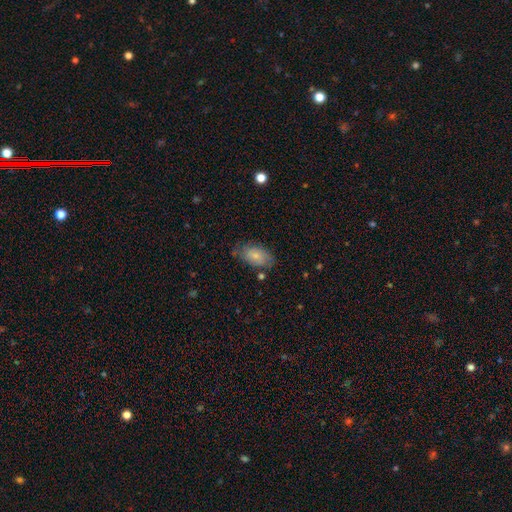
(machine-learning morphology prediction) Smooth or featured: smooth — 72% (featured or disk — 21%)
How rounded: in between — 92% (round — 6%)
Merging: none — 63% (minor disturbance — 25%)